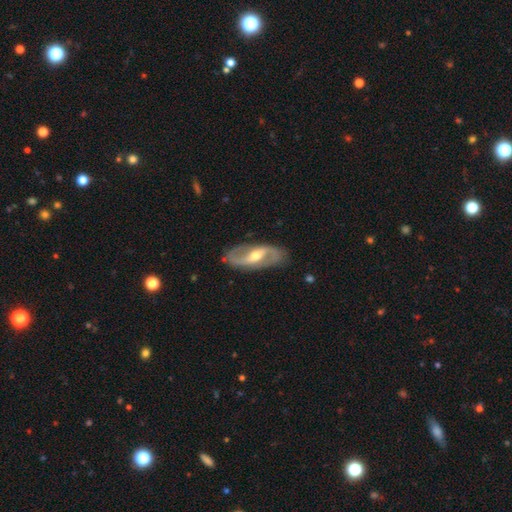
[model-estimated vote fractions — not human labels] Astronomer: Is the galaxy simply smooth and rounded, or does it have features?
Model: featured or disk — 85%.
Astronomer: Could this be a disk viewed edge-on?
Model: no — 90%.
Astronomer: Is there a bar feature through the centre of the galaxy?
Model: strong — 38%, tied with weak at 38%.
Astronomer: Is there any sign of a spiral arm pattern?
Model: yes — 92%.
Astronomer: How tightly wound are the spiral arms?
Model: medium — 42% (runner-up: loose, 37%).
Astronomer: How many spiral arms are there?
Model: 2 — 91%.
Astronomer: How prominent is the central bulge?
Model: moderate — 63%.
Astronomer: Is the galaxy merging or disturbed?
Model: none — 85%.